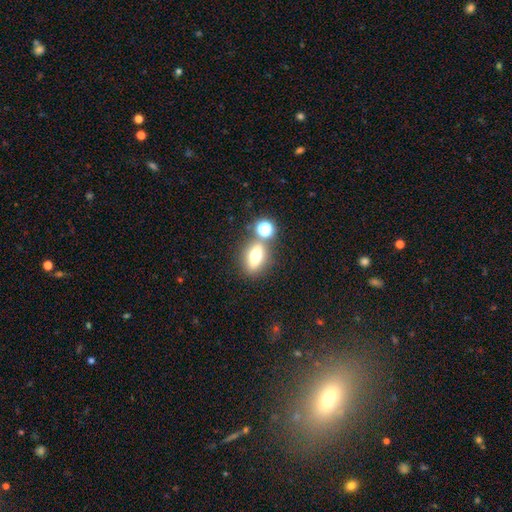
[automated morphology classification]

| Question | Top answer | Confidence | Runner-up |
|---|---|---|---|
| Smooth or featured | smooth | 64% | featured or disk (22%) |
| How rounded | in between | 66% | round (24%) |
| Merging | none | 67% | merger (18%) |